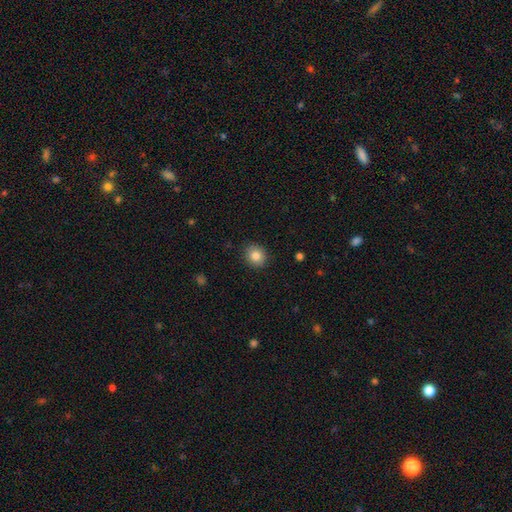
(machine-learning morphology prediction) A smooth galaxy with no disk features (85%) that is round (81%).

Vote fractions:
- Smooth or featured? smooth: 85% / star or artifact: 9% / featured or disk: 6%
- How rounded? round: 81% / in between: 18% / cigar-shaped: 1%
- Merging? none: 89% / minor disturbance: 8% / major disturbance: 2% / merger: 1%